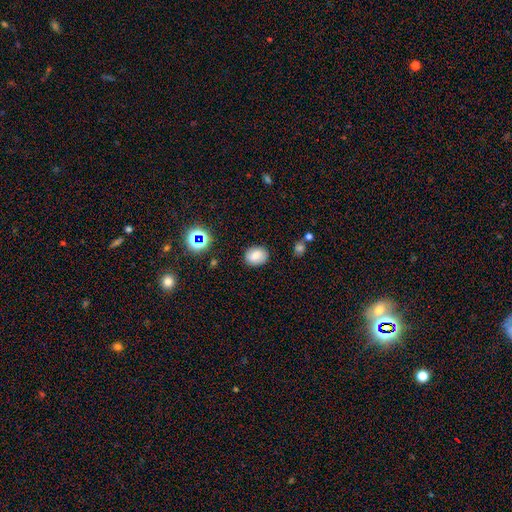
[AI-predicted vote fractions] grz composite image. It shows a smooth galaxy with no disk features (75%) that is in between round and cigar-shaped (53%). Merging: none (85%).